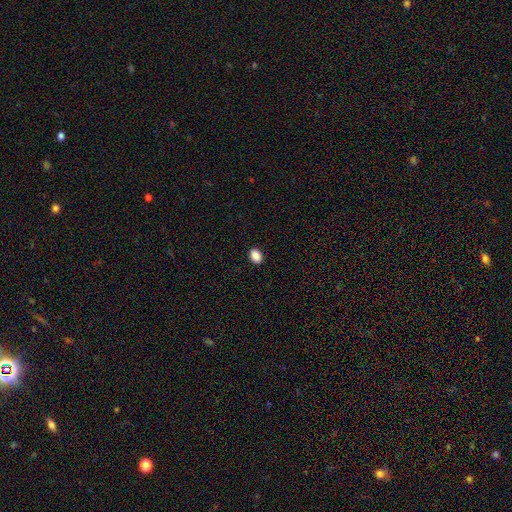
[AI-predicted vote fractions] Morphology: type=smooth (89%); roundness=in between (82%); merging=none (90%).